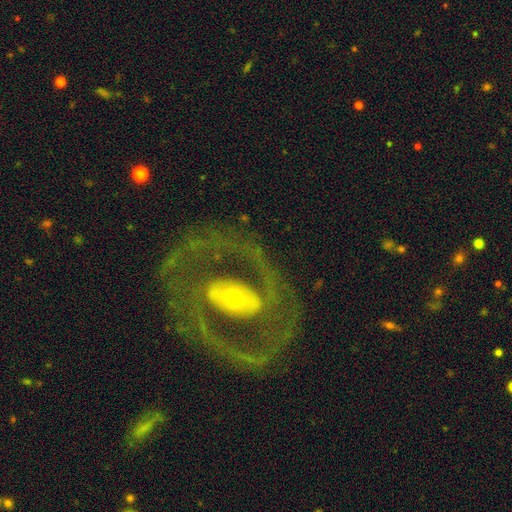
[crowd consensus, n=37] featured or disk 86%, smooth 8%, star or artifact 5%. Down the decision tree: edge-on disk — no (100%); bar — strong (41%); spiral arms — yes (84%); spiral arm count — 2 (100%); spiral winding — medium (63%); bulge size — moderate (44%); merging — none (63%).